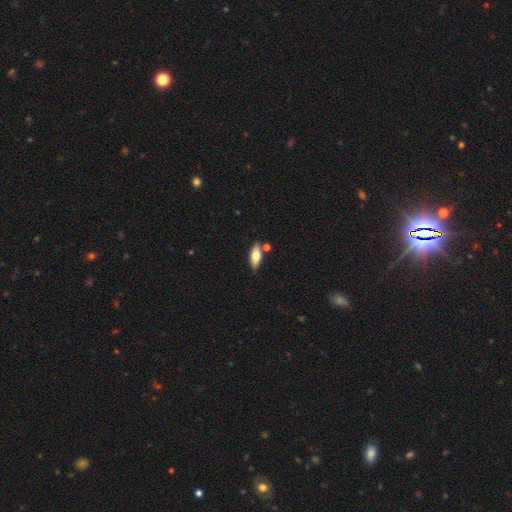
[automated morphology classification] This appears to be a smooth galaxy with no disk features (64%) that is in between round and cigar-shaped (72%). Merging: none (77%).